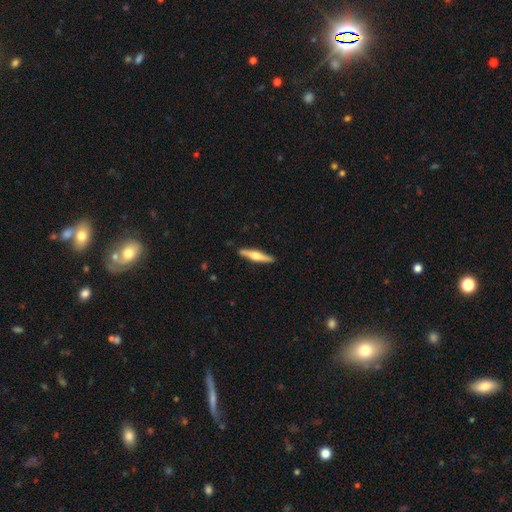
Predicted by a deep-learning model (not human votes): Morphology: type=featured or disk (52%); edge-on=yes (96%); edge-on bulge=rounded (81%); merging=none (89%).